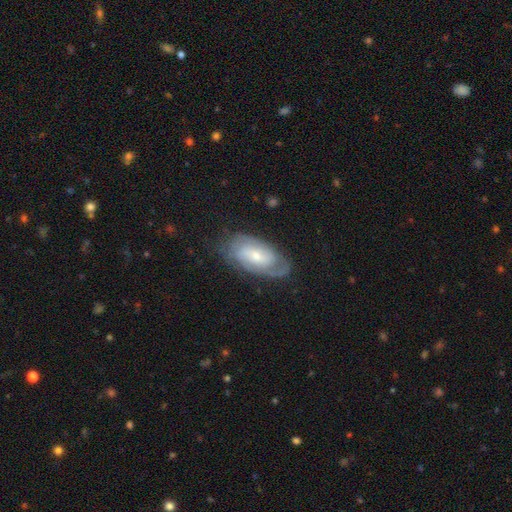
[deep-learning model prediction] This appears to be a featured or disk galaxy (76%) with no bar (49%), 2 (50%) tight (52%) spiral arms (92%) and a small central bulge (52%). Merging: none (70%).